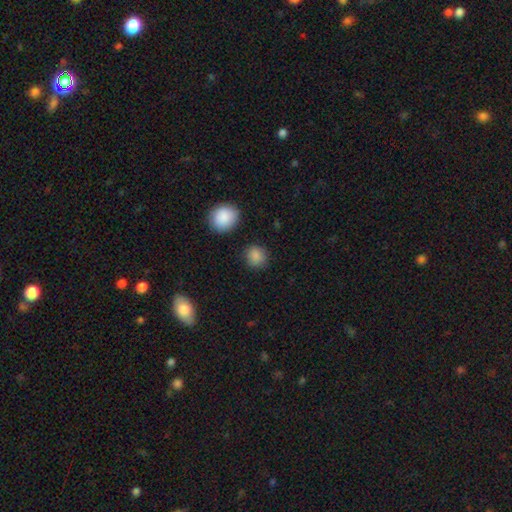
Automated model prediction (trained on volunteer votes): Smooth or featured? smooth (87%)
How rounded? round (84%)
Merging? none (85%)